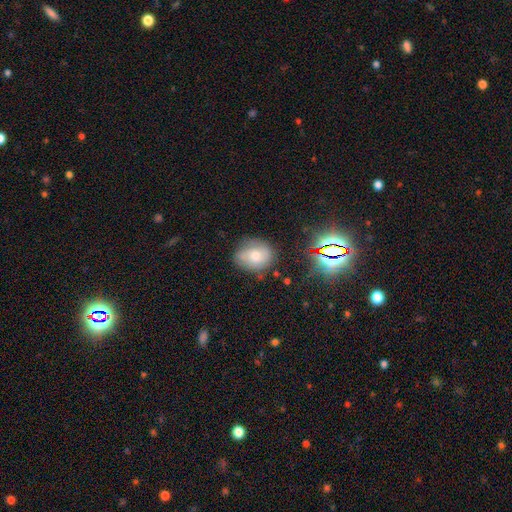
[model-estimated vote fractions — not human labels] Smooth or featured?
  - smooth: 57% *
  - featured or disk: 25%
  - star or artifact: 18%
How rounded?
  - round: 58% *
  - in between: 41%
  - cigar-shaped: 1%
Merging?
  - none: 67% *
  - minor disturbance: 24%
  - major disturbance: 6%
  - merger: 3%